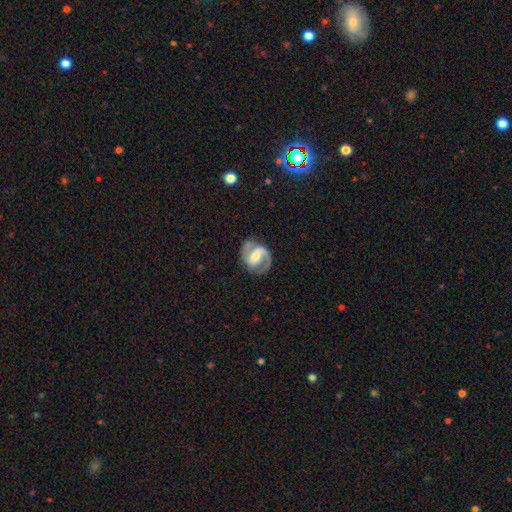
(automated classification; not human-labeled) Q: Smooth or featured?
A: featured or disk (87%); runner-up: smooth (9%)
Q: Edge-on disk?
A: no (98%); runner-up: yes (2%)
Q: Bar?
A: strong (47%); runner-up: weak (40%)
Q: Spiral arms?
A: yes (95%); runner-up: no (5%)
Q: Spiral winding?
A: medium (55%); runner-up: tight (29%)
Q: Spiral arm count?
A: 2 (88%); runner-up: 1 (6%)
Q: Bulge size?
A: moderate (51%); runner-up: small (32%)
Q: Merging?
A: none (77%); runner-up: minor disturbance (15%)